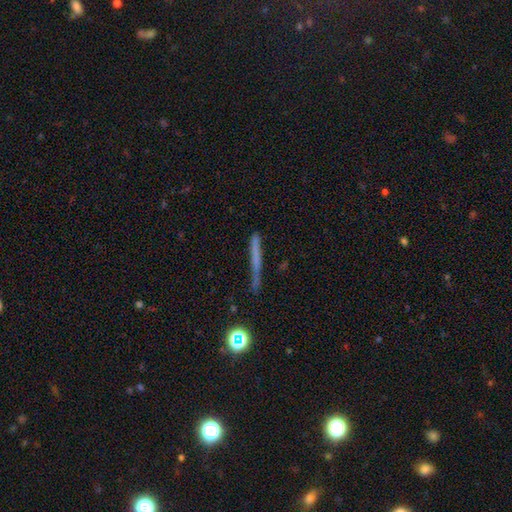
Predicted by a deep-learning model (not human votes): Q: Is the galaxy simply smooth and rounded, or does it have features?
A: smooth — 51%.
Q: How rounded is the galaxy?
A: cigar-shaped — 94%.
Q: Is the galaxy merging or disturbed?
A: none — 73%.